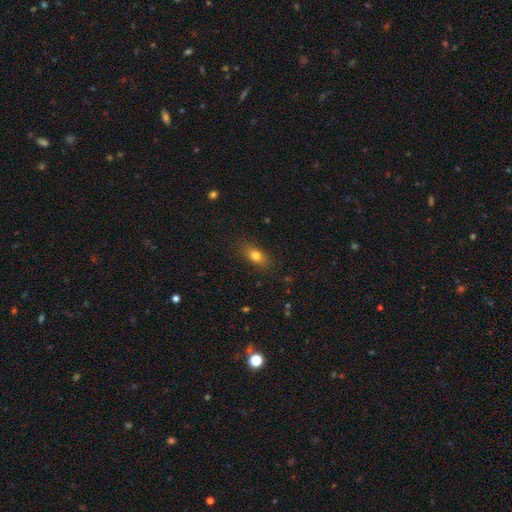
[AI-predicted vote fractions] A smooth galaxy with no disk features (77%) that is in between round and cigar-shaped (77%). Merging: none (84%).